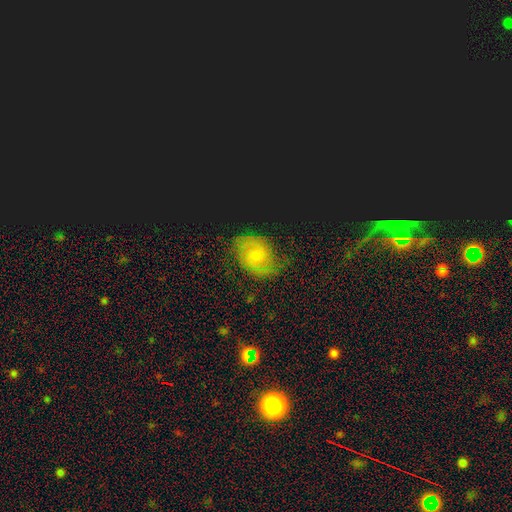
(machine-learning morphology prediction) smooth-or-featured: featured or disk: 42% | smooth: 34% | star or artifact: 24%
  merging: none: 68% | minor disturbance: 21% | major disturbance: 9% | merger: 2%